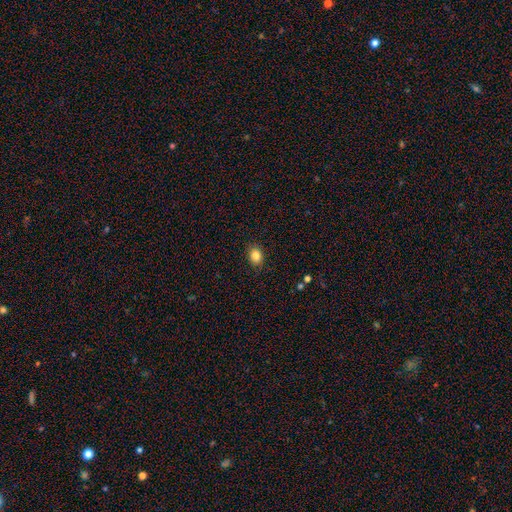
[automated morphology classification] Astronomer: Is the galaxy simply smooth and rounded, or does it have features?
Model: smooth — 84%.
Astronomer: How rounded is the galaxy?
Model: in between — 64%.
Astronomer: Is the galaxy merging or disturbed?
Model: none — 88%.